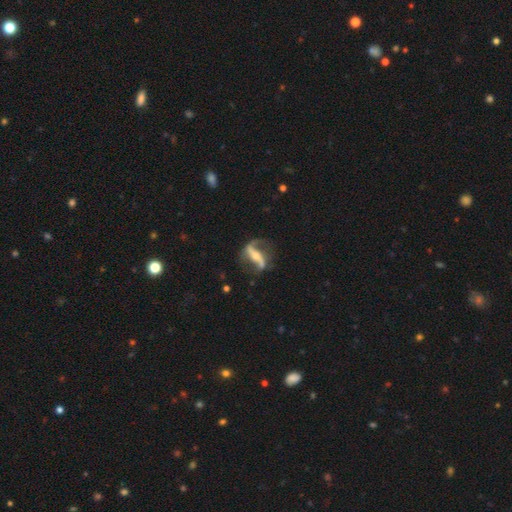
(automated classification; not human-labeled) Morphology: type=featured or disk (88%); edge-on=no (88%); bar=strong (66%); spiral arms=yes (92%); winding=loose (65%); arm count=2 (88%); bulge=small (49%); merging=none (69%).